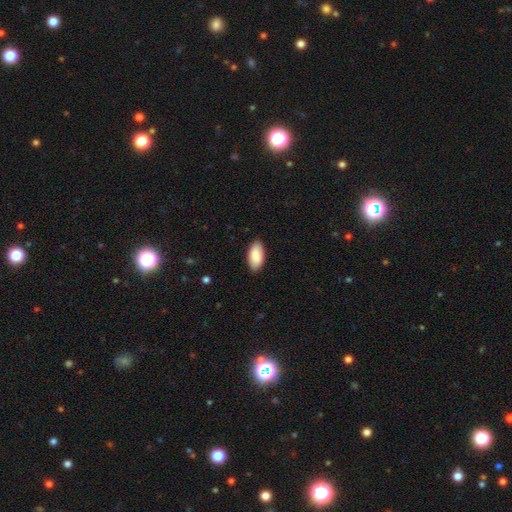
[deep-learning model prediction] Overall: smooth (89%). How rounded: in between (94%). Merging: none (88%).